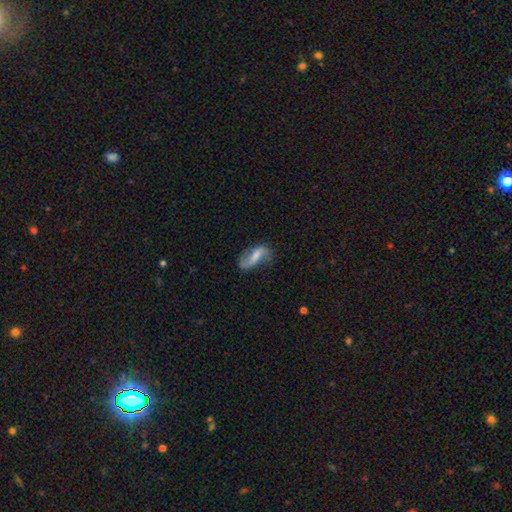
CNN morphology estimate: featured or disk 65%, smooth 28%, star or artifact 7%. Down the decision tree: edge-on disk — no (94%); bar — weak (41%); spiral arms — yes (89%); spiral arm count — 2 (87%); spiral winding — loose (74%); bulge size — small (38%); merging — none (62%).